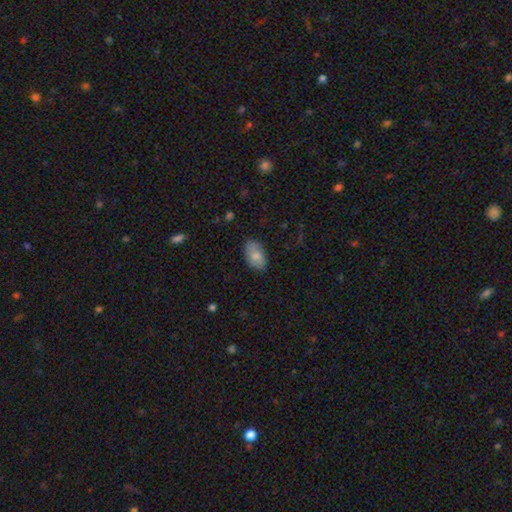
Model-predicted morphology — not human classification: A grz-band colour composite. It shows a smooth galaxy with no disk features (79%) that is in between round and cigar-shaped (93%). Merging: none (80%).